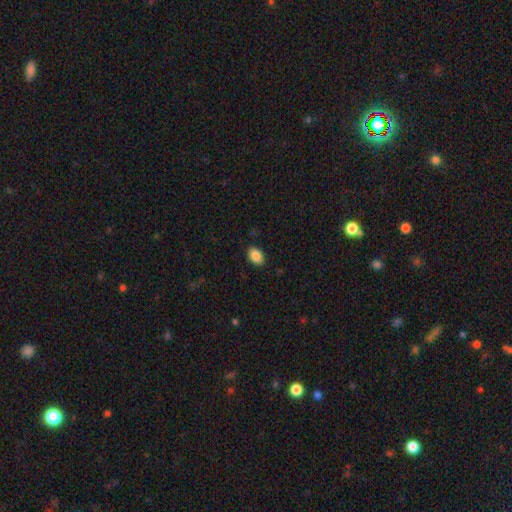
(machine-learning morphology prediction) smooth 87%, star or artifact 8%, featured or disk 5%. Down the decision tree: how rounded — in between (83%); merging — none (88%).